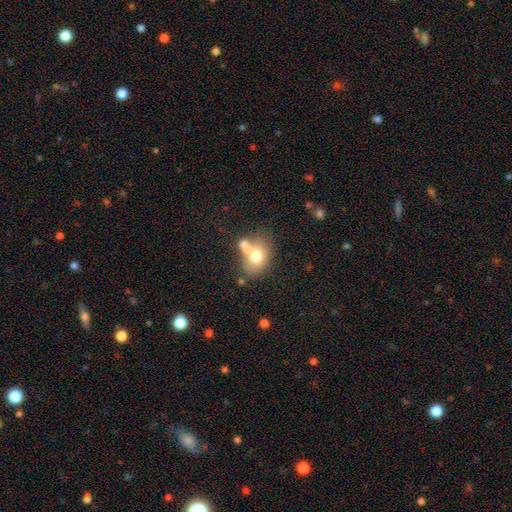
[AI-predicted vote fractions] The model was most divided on "merging": merger: 42%, none: 40%, minor disturbance: 13%, major disturbance: 6%. More confident: smooth or featured — smooth (67%); how rounded — in between (65%).